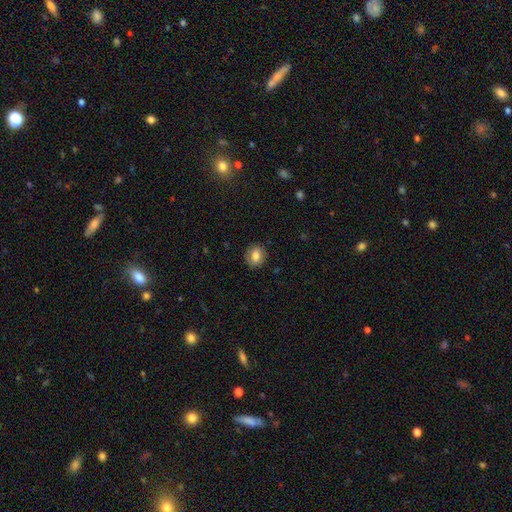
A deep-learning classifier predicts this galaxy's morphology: smooth_or_featured: smooth (p=0.79) [alt: featured or disk p=0.13]
how_rounded: round (p=0.66) [alt: in between p=0.33]
merging: none (p=0.86) [alt: minor disturbance p=0.10]